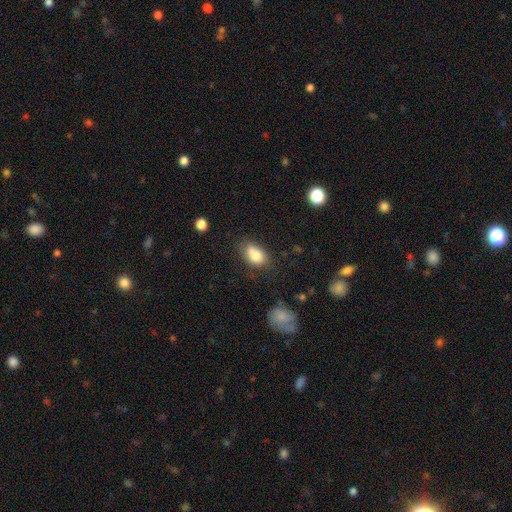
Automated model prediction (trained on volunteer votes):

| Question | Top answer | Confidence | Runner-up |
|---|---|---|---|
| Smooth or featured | smooth | 81% | featured or disk (11%) |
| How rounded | in between | 87% | round (10%) |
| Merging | none | 61% | minor disturbance (24%) |